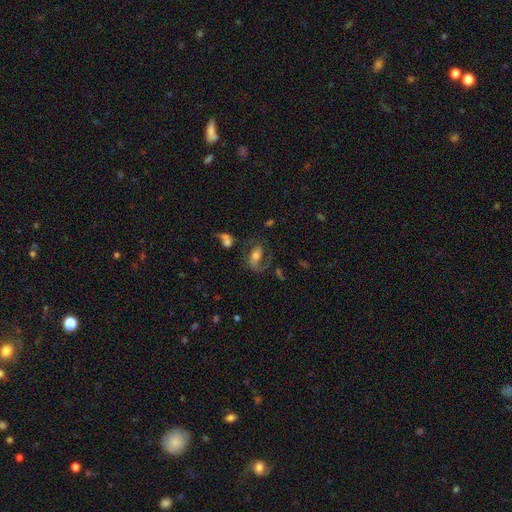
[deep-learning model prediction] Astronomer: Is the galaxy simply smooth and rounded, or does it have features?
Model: featured or disk — 63%.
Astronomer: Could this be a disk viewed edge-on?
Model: no — 95%.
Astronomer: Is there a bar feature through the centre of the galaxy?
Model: no — 43% (runner-up: weak, 34%).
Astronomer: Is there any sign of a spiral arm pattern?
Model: yes — 81%.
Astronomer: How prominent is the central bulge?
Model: moderate — 62%.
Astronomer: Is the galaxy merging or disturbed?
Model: none — 43% (runner-up: major disturbance, 30%).